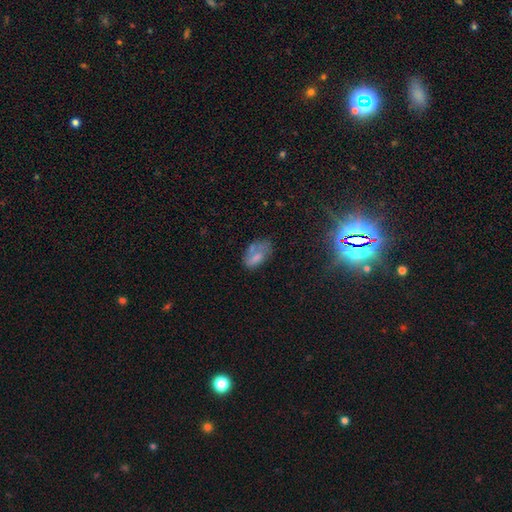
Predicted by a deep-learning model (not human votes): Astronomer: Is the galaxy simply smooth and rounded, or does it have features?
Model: smooth — 67%.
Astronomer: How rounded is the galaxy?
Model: in between — 91%.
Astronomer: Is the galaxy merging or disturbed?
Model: none — 44% (runner-up: minor disturbance, 30%).